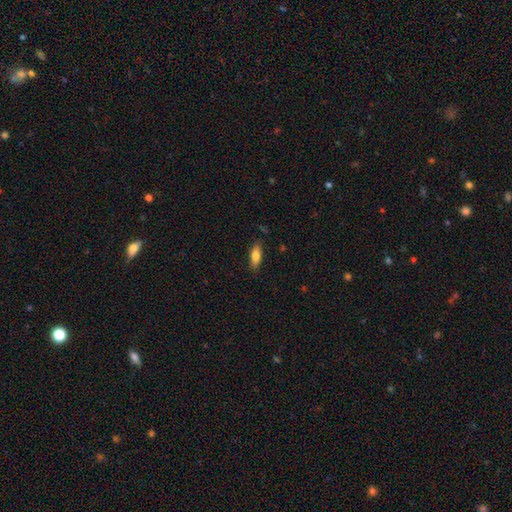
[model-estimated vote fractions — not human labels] A smooth galaxy with no disk features (77%) that is in between round and cigar-shaped (65%). Merging: none (82%).